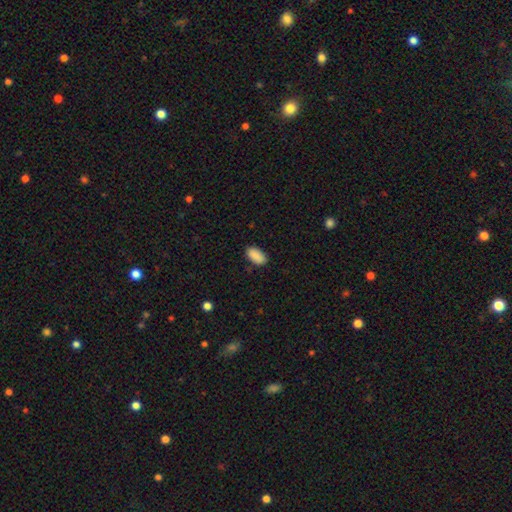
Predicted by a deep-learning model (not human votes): This appears to be a smooth galaxy with no disk features (90%) that is in between round and cigar-shaped (94%). Merging: none (85%).